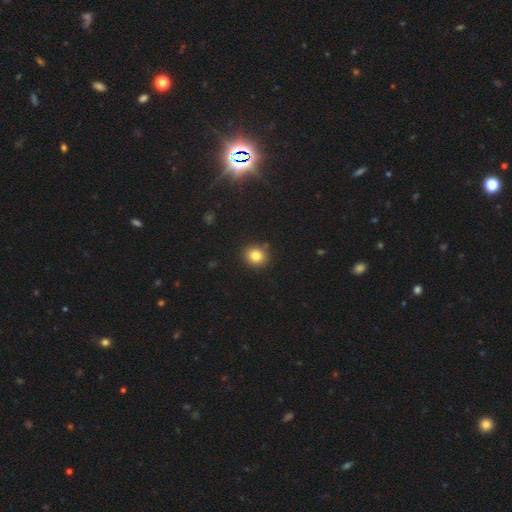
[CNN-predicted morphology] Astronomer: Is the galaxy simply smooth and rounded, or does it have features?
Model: smooth — 82%.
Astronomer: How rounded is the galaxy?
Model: round — 78%.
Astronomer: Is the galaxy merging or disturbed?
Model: none — 88%.